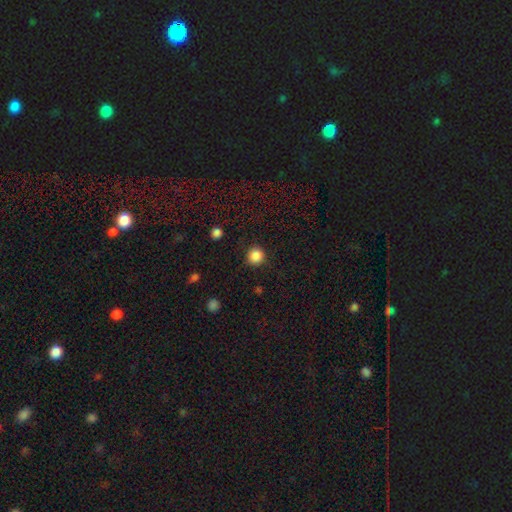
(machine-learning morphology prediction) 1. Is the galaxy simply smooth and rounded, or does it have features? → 87% smooth, 10% star or artifact, 3% featured or disk.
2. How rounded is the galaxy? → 95% round, 4% in between, 1% cigar-shaped.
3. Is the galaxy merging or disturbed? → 90% none, 6% minor disturbance, 2% major disturbance, 1% merger.